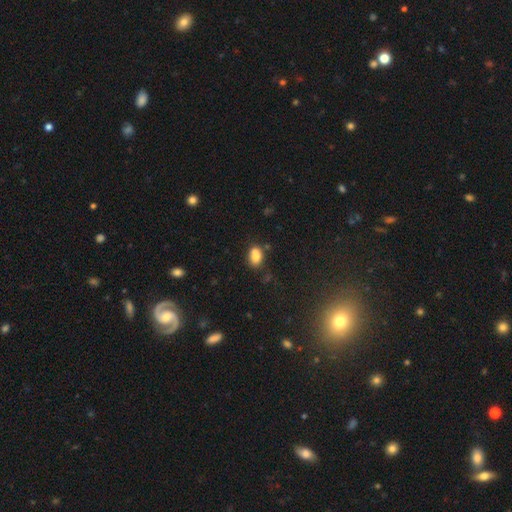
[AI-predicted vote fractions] Smooth or featured? Predicted: smooth (p=0.79). How rounded? Predicted: in between (p=0.75). Merging? Predicted: none (p=0.55).